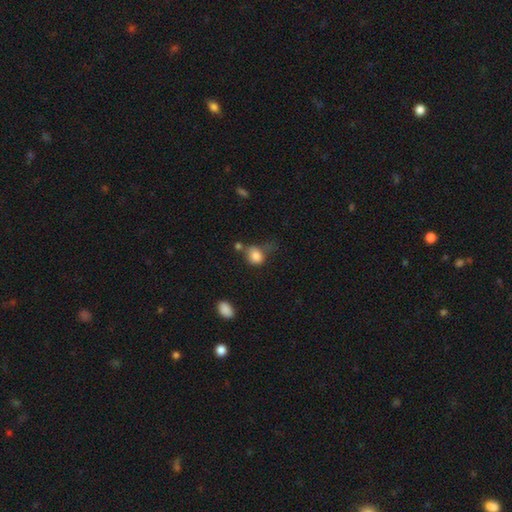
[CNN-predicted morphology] This appears to be a smooth galaxy with no disk features (82%) that is round (59%). Merging: none (40%).